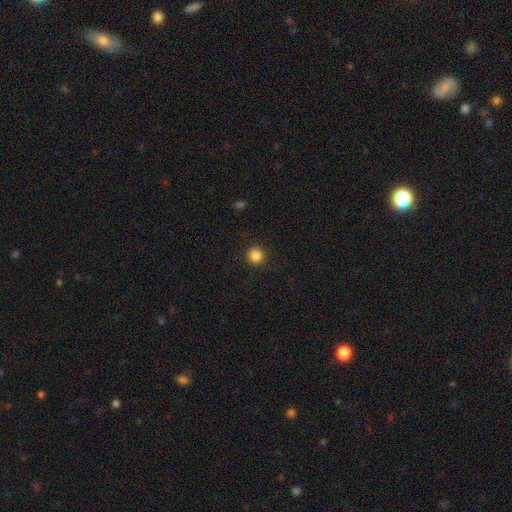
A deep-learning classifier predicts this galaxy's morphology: type=smooth (85%); roundness=round (94%); merging=none (91%).